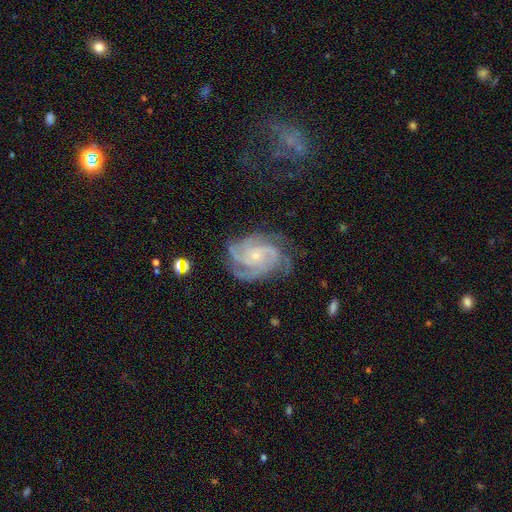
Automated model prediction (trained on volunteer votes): Smooth or featured? featured or disk (90%)
Edge-on disk? no (98%)
Bar? no (71%)
Spiral arms? yes (98%)
Spiral winding? tight (58%)
Spiral arm count? 3 (42%)
Bulge size? small (77%)
Merging? none (69%)